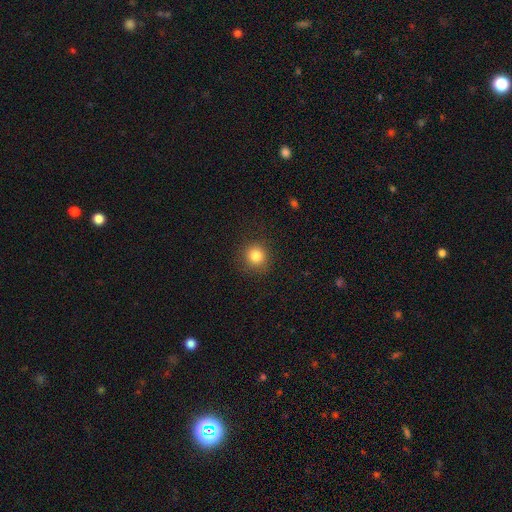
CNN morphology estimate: The model was most divided on "smooth or featured": smooth: 83%, star or artifact: 11%, featured or disk: 6%. More confident: how rounded — round (91%); merging — none (89%).